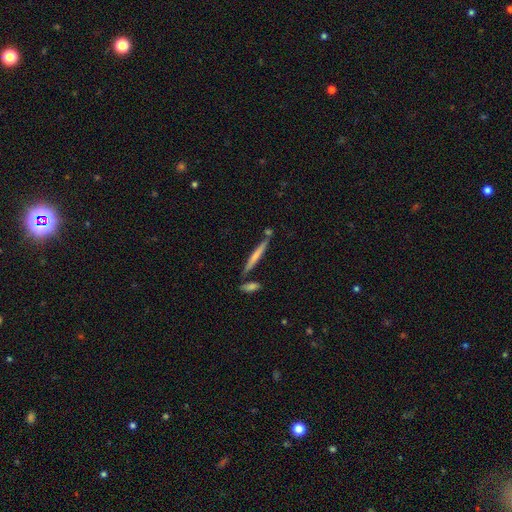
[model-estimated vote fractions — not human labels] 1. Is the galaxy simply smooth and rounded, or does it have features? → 58% smooth, 37% featured or disk, 6% star or artifact.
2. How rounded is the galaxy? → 95% cigar-shaped, 4% in between, 1% round.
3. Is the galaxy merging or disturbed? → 78% none, 11% minor disturbance, 9% merger, 2% major disturbance.